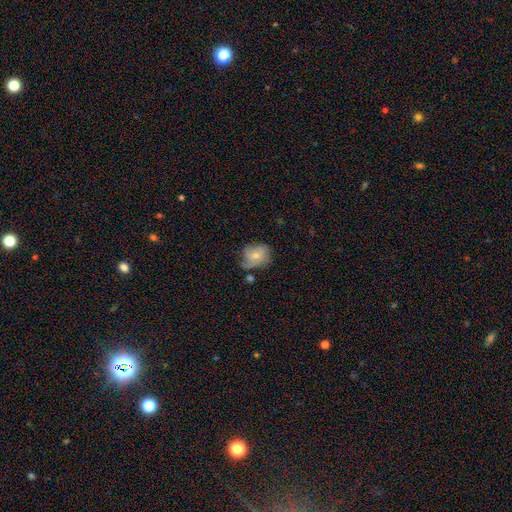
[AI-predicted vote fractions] This appears to be a smooth galaxy with no disk features (51%) that is in between round and cigar-shaped (54%). Merging: none (44%).